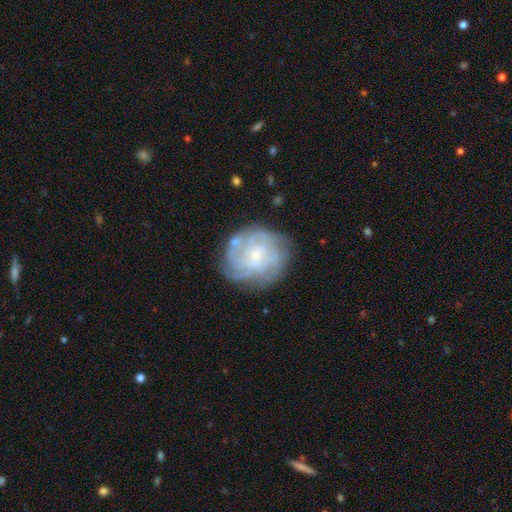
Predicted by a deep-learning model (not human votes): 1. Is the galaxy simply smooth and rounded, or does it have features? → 76% featured or disk, 16% smooth, 8% star or artifact.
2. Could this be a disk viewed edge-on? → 98% no, 2% yes.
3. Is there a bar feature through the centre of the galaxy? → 61% no, 34% weak, 5% strong.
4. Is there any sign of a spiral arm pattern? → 92% yes, 8% no.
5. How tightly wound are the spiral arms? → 65% tight, 28% medium, 7% loose.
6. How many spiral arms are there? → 36% can't tell, 26% 4, 14% 3, 11% more than 4, 8% 2, 6% 1.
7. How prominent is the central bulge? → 68% small, 20% moderate, 8% none, 2% large, 1% dominant.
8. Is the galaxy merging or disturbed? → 75% none, 16% minor disturbance, 6% major disturbance, 3% merger.